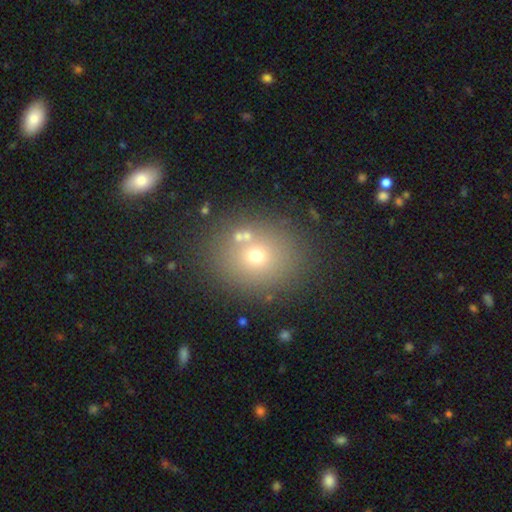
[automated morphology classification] This appears to be a smooth galaxy with no disk features (65%) that is round (67%). Merging: none (76%).